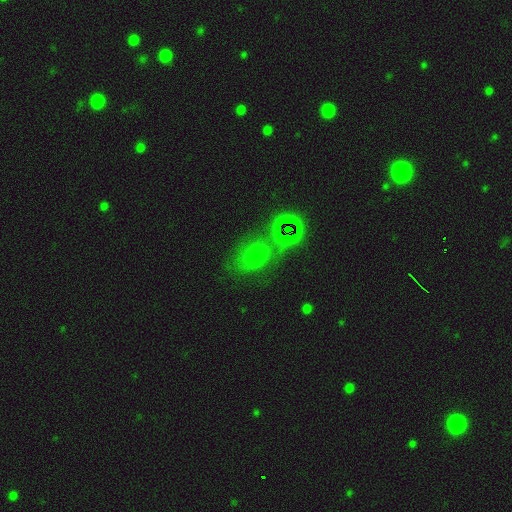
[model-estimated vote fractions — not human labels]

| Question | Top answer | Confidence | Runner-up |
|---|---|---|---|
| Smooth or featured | smooth | 54% | star or artifact (32%) |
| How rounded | in between | 54% | round (44%) |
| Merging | none | 60% | minor disturbance (17%) |